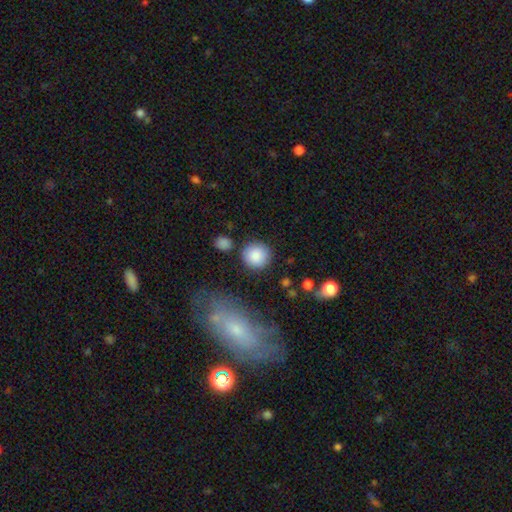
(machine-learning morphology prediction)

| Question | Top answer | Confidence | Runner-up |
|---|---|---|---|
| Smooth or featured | smooth | 87% | star or artifact (8%) |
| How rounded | round | 92% | in between (7%) |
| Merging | none | 84% | minor disturbance (8%) |